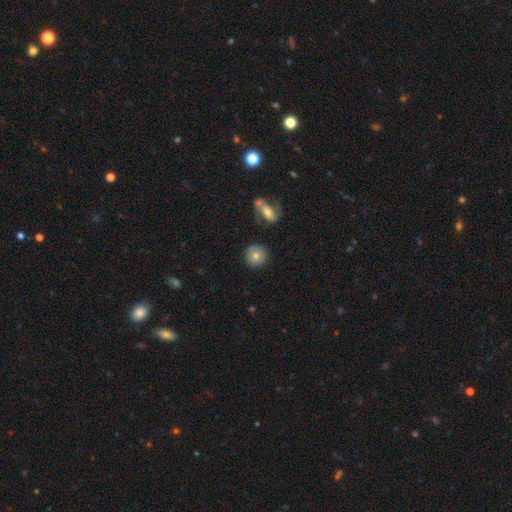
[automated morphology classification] smooth-or-featured: smooth: 75% | featured or disk: 16% | star or artifact: 8%
  how-rounded: round: 92% | in between: 6% | cigar-shaped: 1%
  merging: none: 85% | minor disturbance: 8% | merger: 4% | major disturbance: 3%